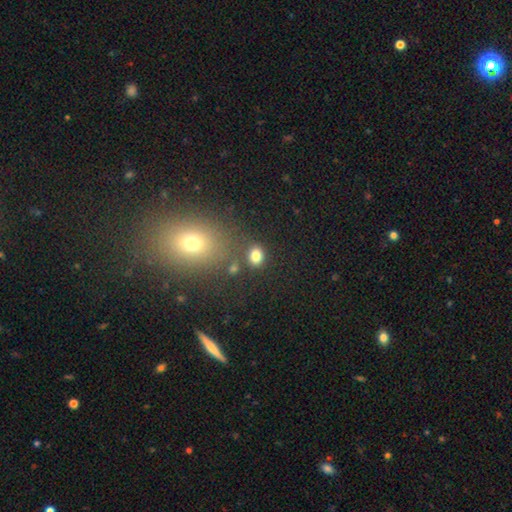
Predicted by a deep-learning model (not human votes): The model was most divided on "how rounded": in between: 55%, round: 44%, cigar-shaped: 1%. More confident: smooth or featured — smooth (79%); merging — none (77%).